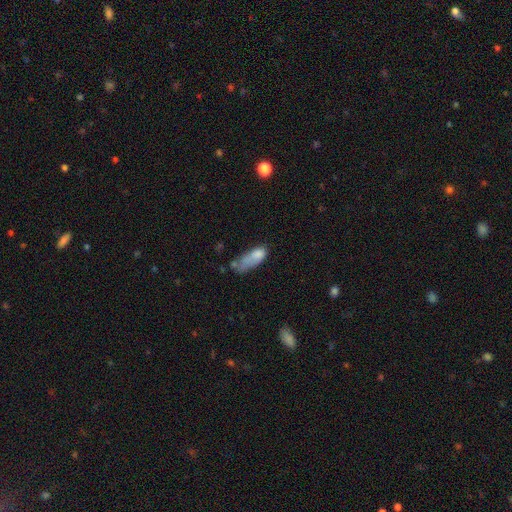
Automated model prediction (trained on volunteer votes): This is likely a smooth galaxy (72%). How rounded: likely in between (72%). Merging: marginally major disturbance (33%).